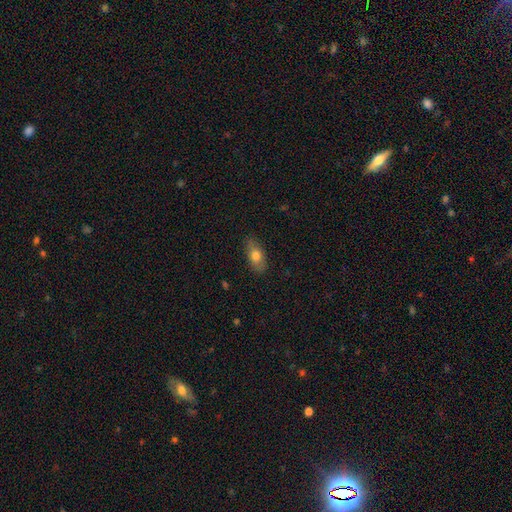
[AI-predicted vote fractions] Overall: smooth (72%). How rounded: in between (85%). Merging: none (83%).